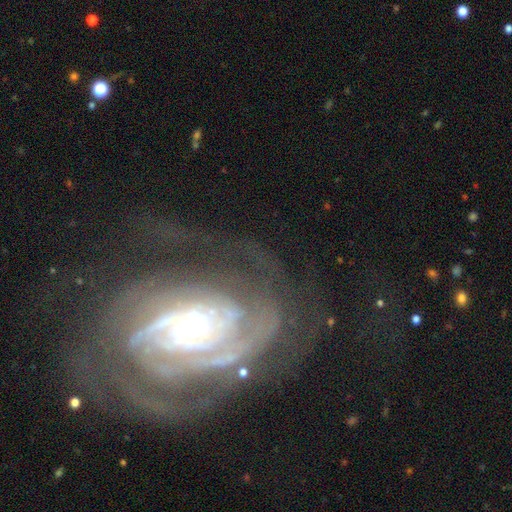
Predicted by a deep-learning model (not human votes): This is clearly a featured or disk galaxy (88%). It is clearly not viewed edge-on (96%). Bar: possibly no (53%). Spiral arm pattern: clearly yes (97%). Spiral arm count: marginally 2 (26%). Spiral winding: likely tight (72%). Central bulge: likely small (63%). Merging: likely none (64%).